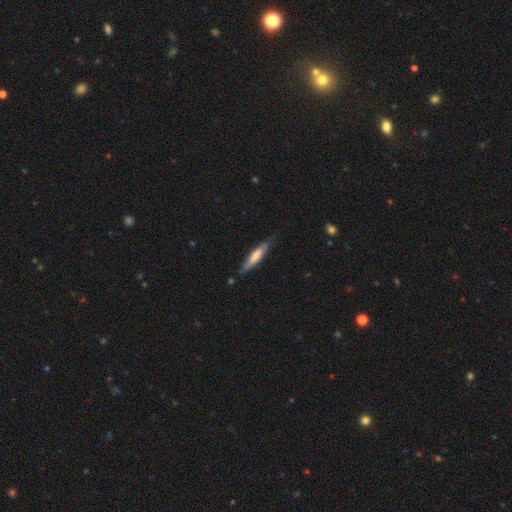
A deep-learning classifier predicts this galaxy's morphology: Smooth or featured?
  - smooth: 58% *
  - featured or disk: 37%
  - star or artifact: 5%
How rounded?
  - cigar-shaped: 85% *
  - in between: 14%
  - round: 1%
Merging?
  - none: 75% *
  - minor disturbance: 20%
  - major disturbance: 3%
  - merger: 2%